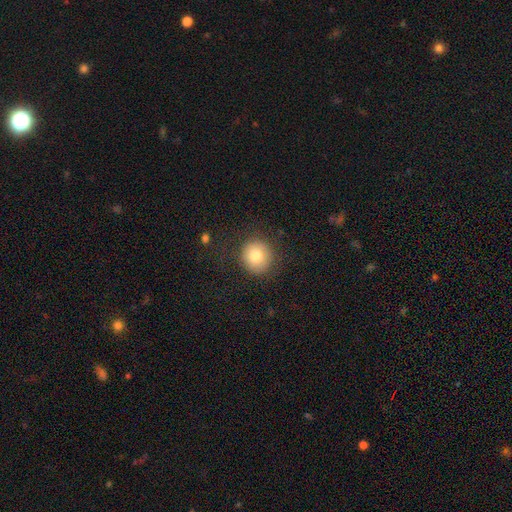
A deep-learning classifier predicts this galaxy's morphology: A smooth galaxy with no disk features (78%) that is round (92%). Merging: none (85%).